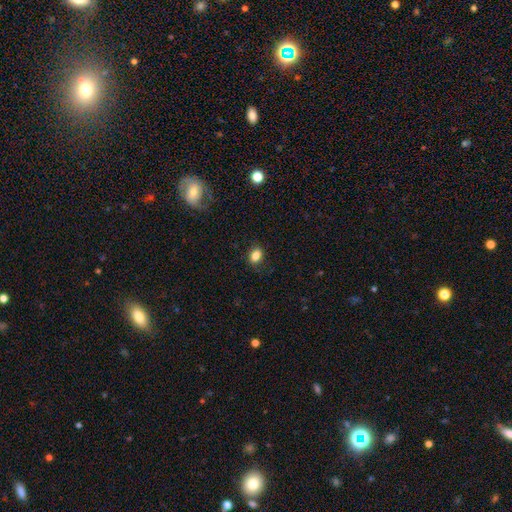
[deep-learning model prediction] This appears to be a smooth galaxy with no disk features (83%) that is in between round and cigar-shaped (70%). Merging: none (80%).